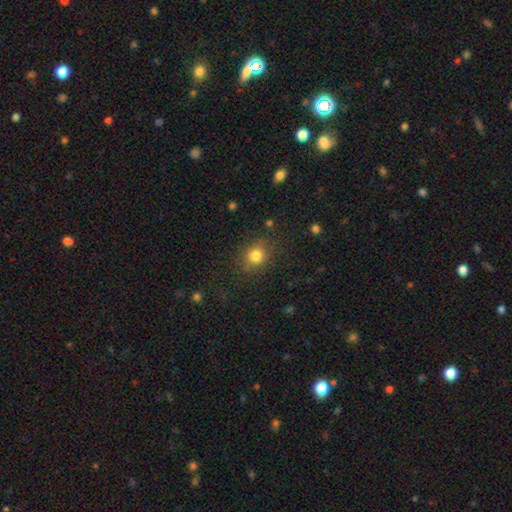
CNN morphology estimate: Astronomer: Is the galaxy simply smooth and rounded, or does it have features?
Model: smooth — 80%.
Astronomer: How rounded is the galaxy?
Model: round — 72%.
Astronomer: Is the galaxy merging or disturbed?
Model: none — 82%.